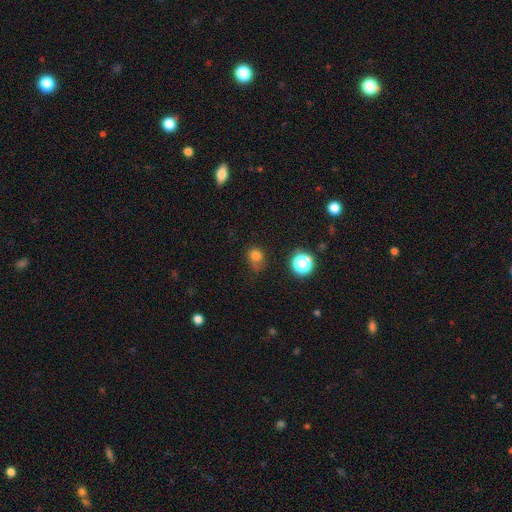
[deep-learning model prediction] This is likely a smooth galaxy (76%). How rounded: likely round (67%). Merging: possibly none (53%).